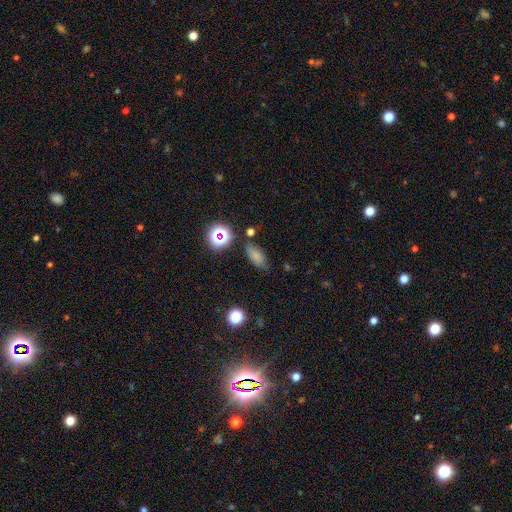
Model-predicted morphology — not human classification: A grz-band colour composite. It shows a smooth galaxy with no disk features (72%) that is in between round and cigar-shaped (81%). Merging: none (72%).